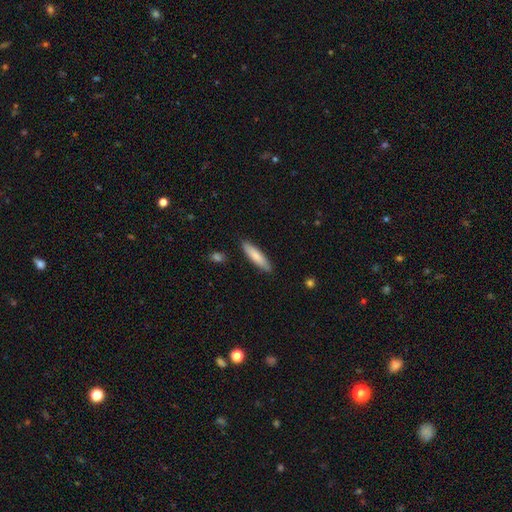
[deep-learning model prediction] A smooth galaxy with no disk features (80%) that is cigar-shaped (75%). Merging: none (88%).